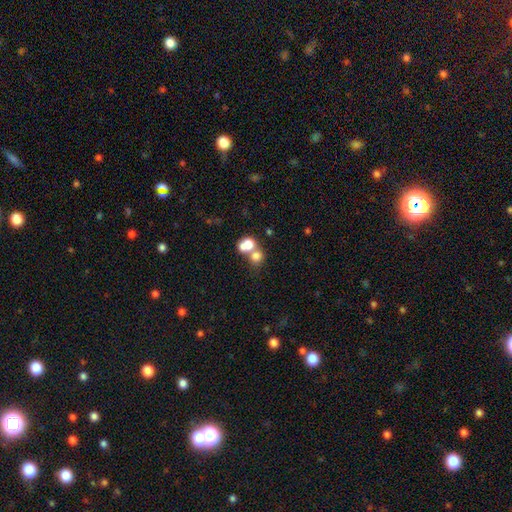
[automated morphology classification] type=smooth (71%); roundness=round (76%); merging=merger (55%).